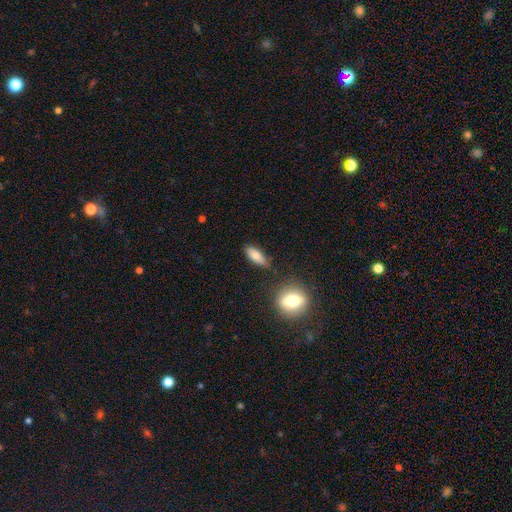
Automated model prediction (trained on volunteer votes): Smooth or featured: smooth — 77% (featured or disk — 16%)
How rounded: in between — 67% (cigar-shaped — 29%)
Merging: none — 79% (minor disturbance — 13%)